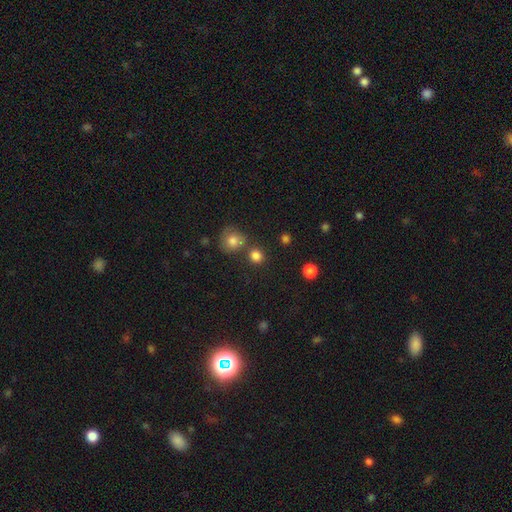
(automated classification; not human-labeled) smooth-or-featured: smooth: 82% | star or artifact: 13% | featured or disk: 5%
  how-rounded: round: 86% | in between: 13% | cigar-shaped: 1%
  merging: none: 72% | merger: 16% | minor disturbance: 9% | major disturbance: 3%